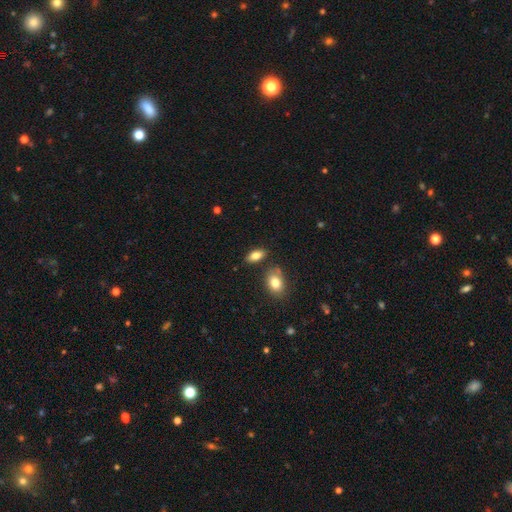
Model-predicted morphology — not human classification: This is likely a smooth galaxy (79%). How rounded: clearly in between (87%). Merging: likely none (78%).